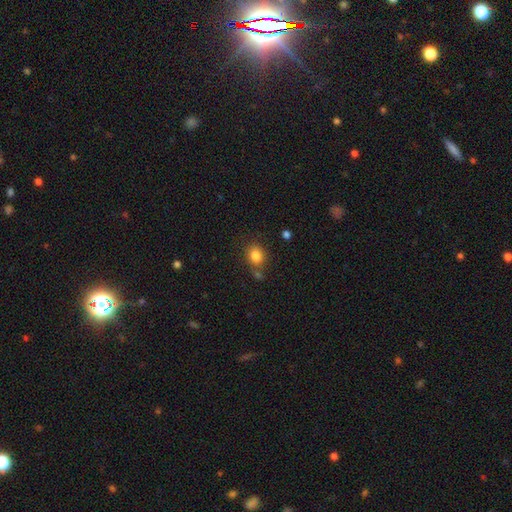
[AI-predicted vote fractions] smooth 83%, star or artifact 11%, featured or disk 6%. Down the decision tree: how rounded — round (62%); merging — none (72%).